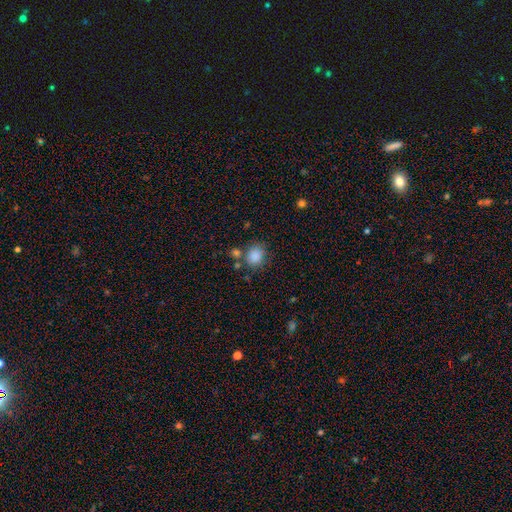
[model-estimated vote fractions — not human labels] The model was most divided on "how rounded": round: 69%, in between: 30%, cigar-shaped: 1%. More confident: smooth or featured — smooth (85%); merging — none (71%).